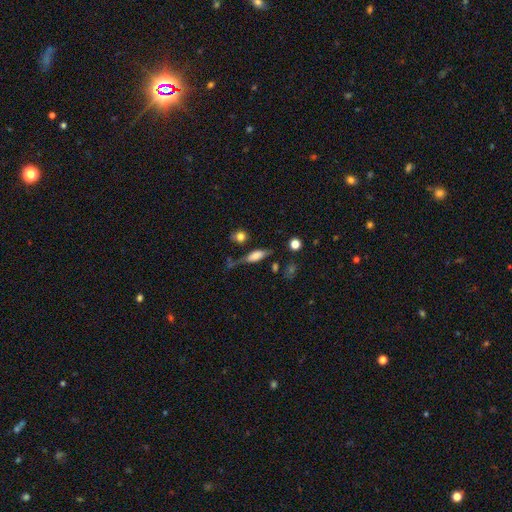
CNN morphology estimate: smooth_or_featured: smooth (p=0.59) [alt: featured or disk p=0.32]
how_rounded: in between (p=0.58) [alt: cigar-shaped p=0.37]
merging: none (p=0.57) [alt: minor disturbance p=0.23]